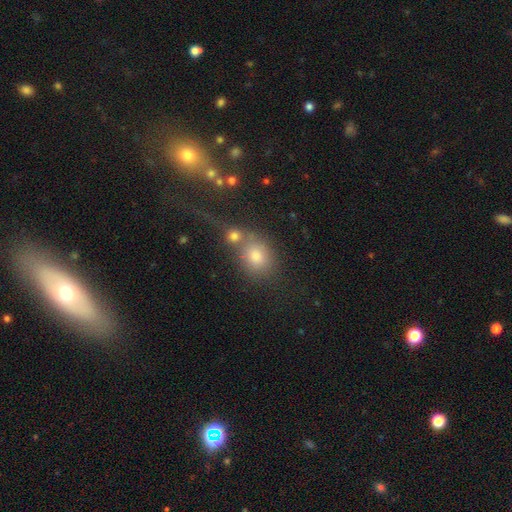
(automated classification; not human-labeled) This is likely a smooth galaxy (73%). How rounded: likely round (61%). Merging: marginally none (44%).